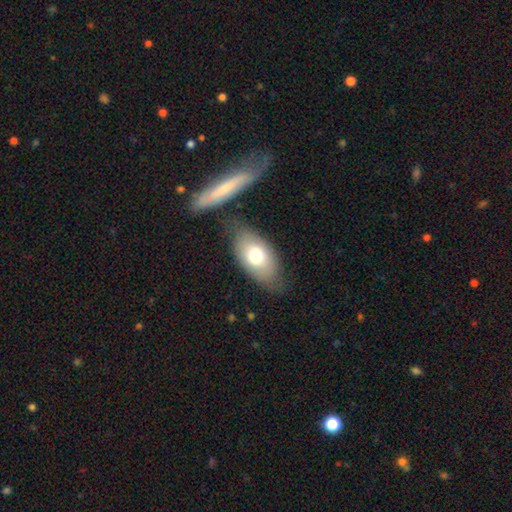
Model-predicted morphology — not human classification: Smooth or featured?
  - smooth: 71% *
  - featured or disk: 21%
  - star or artifact: 8%
How rounded?
  - in between: 90% *
  - round: 7%
  - cigar-shaped: 3%
Merging?
  - none: 68% *
  - minor disturbance: 18%
  - merger: 8%
  - major disturbance: 7%